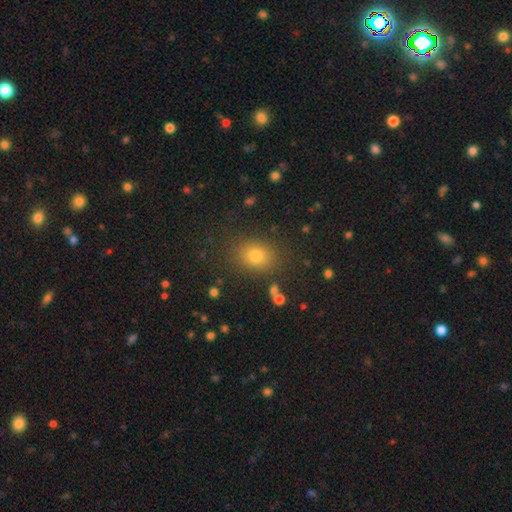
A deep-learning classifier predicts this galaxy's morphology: smooth 76%, star or artifact 16%, featured or disk 8%. Down the decision tree: how rounded — in between (54%); merging — none (84%).